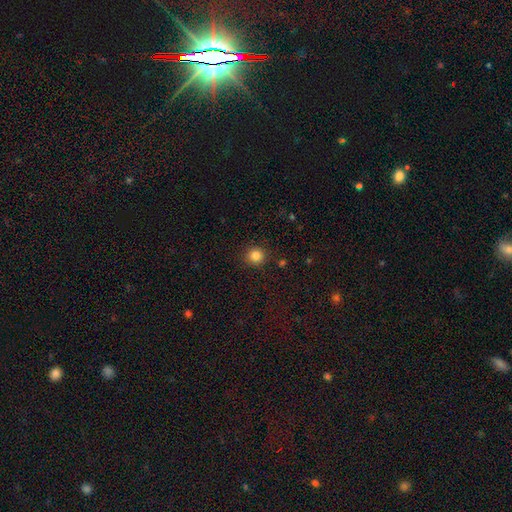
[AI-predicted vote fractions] smooth_or_featured: smooth (p=0.84) [alt: star or artifact p=0.12]
how_rounded: round (p=0.93) [alt: in between p=0.06]
merging: none (p=0.90) [alt: minor disturbance p=0.06]